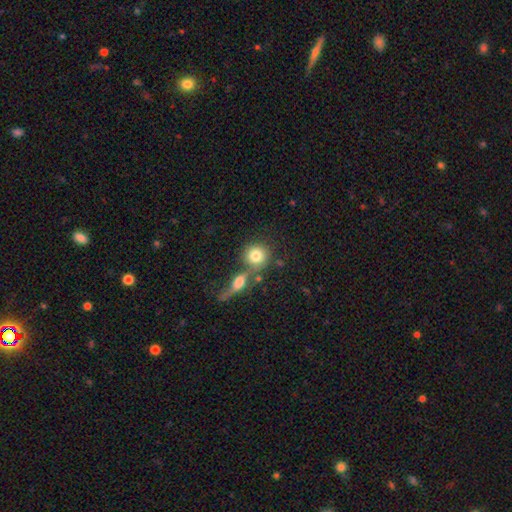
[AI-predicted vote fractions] smooth_or_featured: smooth (p=0.78) [alt: featured or disk p=0.13]
how_rounded: round (p=0.87) [alt: in between p=0.11]
merging: none (p=0.51) [alt: merger p=0.34]